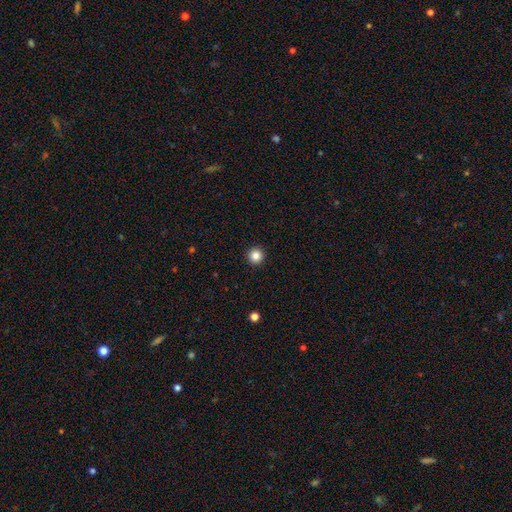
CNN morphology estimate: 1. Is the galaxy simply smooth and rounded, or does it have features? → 85% smooth, 11% star or artifact, 4% featured or disk.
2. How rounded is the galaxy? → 97% round, 3% in between, 1% cigar-shaped.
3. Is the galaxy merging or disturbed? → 94% none, 4% minor disturbance, 1% major disturbance, 1% merger.